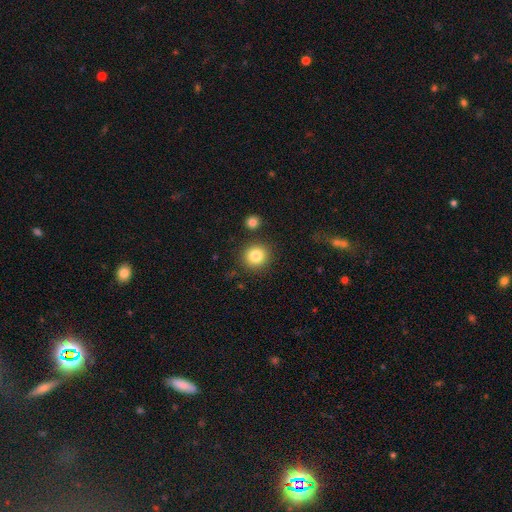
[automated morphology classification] Smooth or featured?
  - smooth: 84% *
  - star or artifact: 10%
  - featured or disk: 6%
How rounded?
  - round: 92% *
  - in between: 7%
  - cigar-shaped: 1%
Merging?
  - none: 86% *
  - minor disturbance: 7%
  - merger: 4%
  - major disturbance: 3%